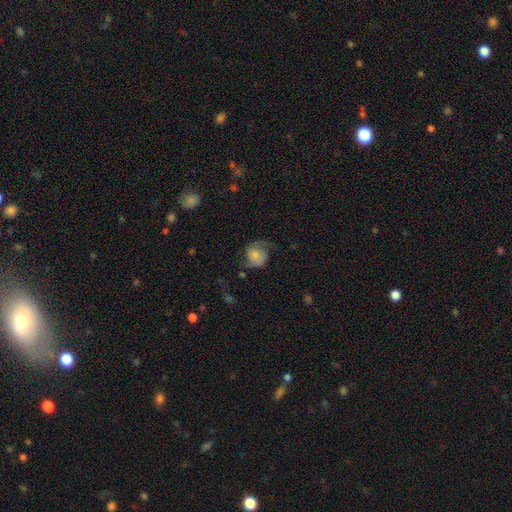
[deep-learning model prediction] Morphology: type=featured or disk (50%); edge-on=no (97%); merging=none (52%).